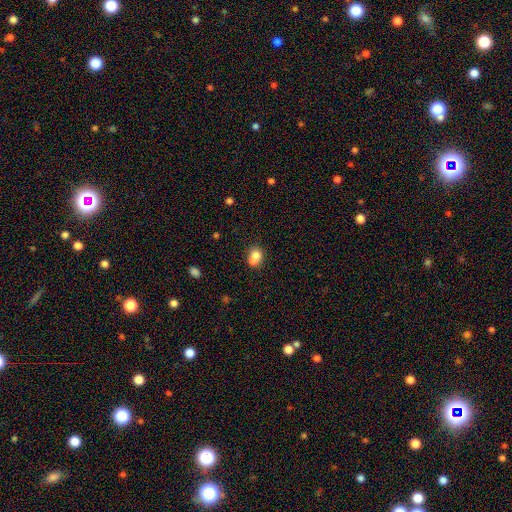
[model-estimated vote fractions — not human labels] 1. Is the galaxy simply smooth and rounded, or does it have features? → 73% smooth, 17% featured or disk, 10% star or artifact.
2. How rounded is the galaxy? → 63% round, 36% in between, 1% cigar-shaped.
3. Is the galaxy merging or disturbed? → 60% merger, 29% none, 7% minor disturbance, 3% major disturbance.